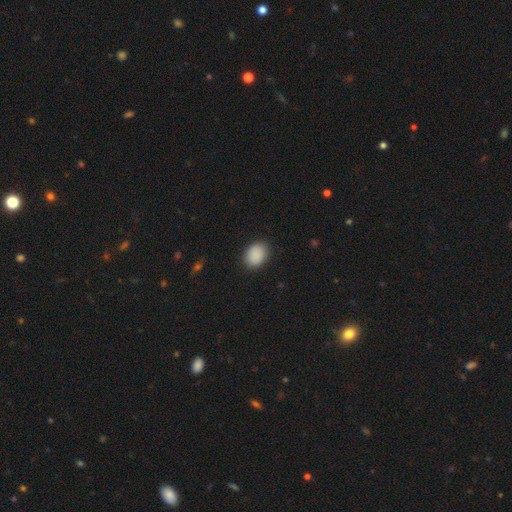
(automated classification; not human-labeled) This appears to be a smooth galaxy with no disk features (90%) that is in between round and cigar-shaped (62%). Merging: none (87%).